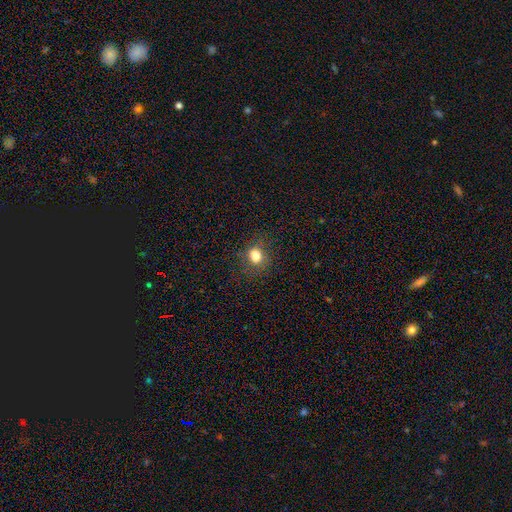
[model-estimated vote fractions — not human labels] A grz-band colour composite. It shows a smooth galaxy with no disk features (80%) that is round (66%). Merging: none (82%).